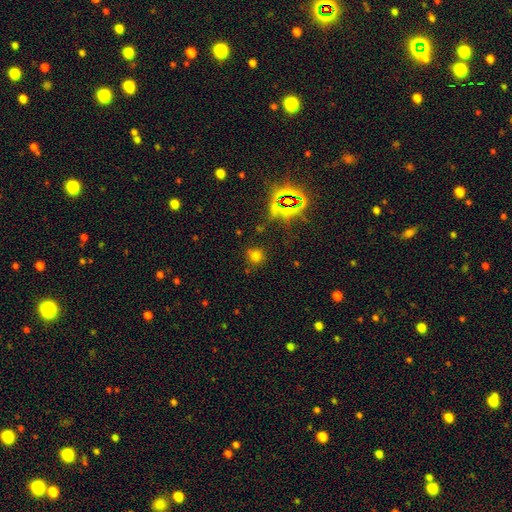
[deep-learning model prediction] Smooth or featured? Predicted: smooth (p=0.65). How rounded? Predicted: round (p=0.90). Merging? Predicted: none (p=0.82).